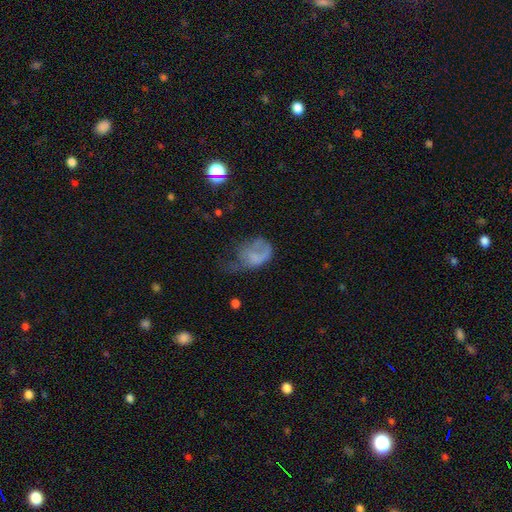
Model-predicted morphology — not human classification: type=smooth (54%); roundness=in between (74%); merging=major disturbance (51%).